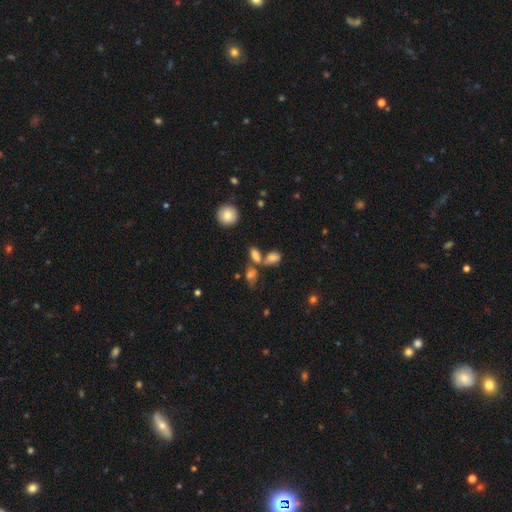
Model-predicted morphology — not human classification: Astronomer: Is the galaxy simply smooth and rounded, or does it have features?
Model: smooth — 75%.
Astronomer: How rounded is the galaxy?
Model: in between — 82%.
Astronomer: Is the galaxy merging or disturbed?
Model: none — 41% (runner-up: merger, 40%).